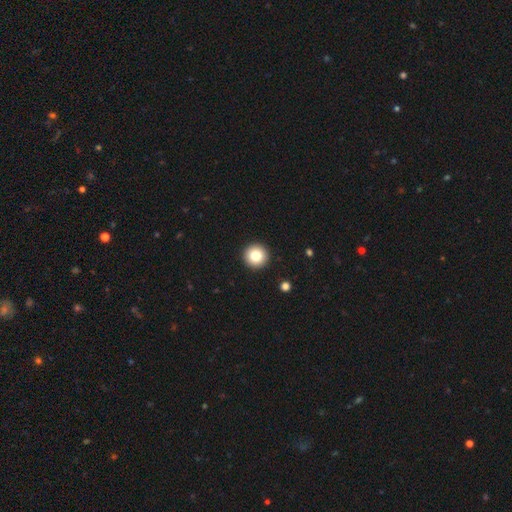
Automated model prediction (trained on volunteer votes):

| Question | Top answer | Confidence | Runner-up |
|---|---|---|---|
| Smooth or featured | smooth | 81% | star or artifact (10%) |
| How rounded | round | 96% | in between (3%) |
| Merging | none | 94% | minor disturbance (4%) |